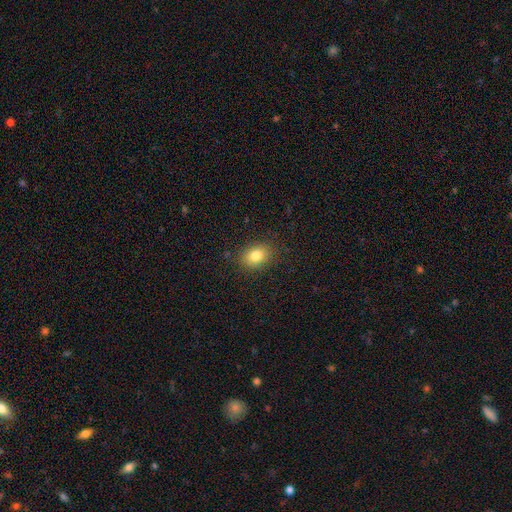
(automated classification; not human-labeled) smooth-or-featured: smooth: 82% | star or artifact: 10% | featured or disk: 8%
  how-rounded: in between: 74% | round: 24% | cigar-shaped: 1%
  merging: none: 86% | minor disturbance: 10% | major disturbance: 3% | merger: 1%